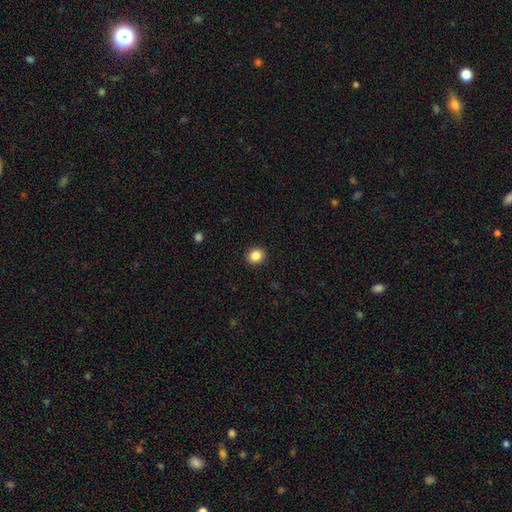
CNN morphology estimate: Q: Smooth or featured?
A: smooth (86%); runner-up: star or artifact (10%)
Q: How rounded?
A: round (81%); runner-up: in between (18%)
Q: Merging?
A: none (92%); runner-up: minor disturbance (5%)